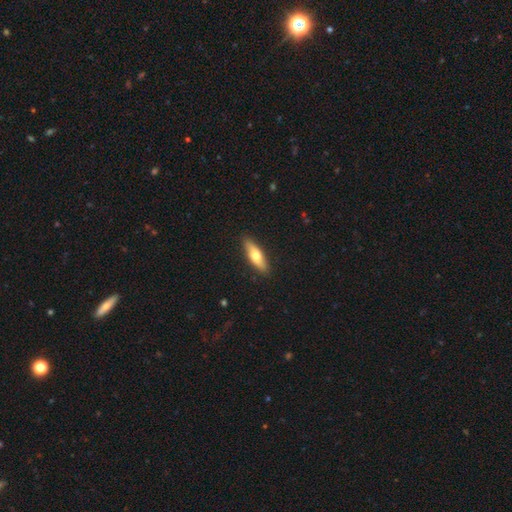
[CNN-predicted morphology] Smooth or featured?
  - smooth: 61% *
  - featured or disk: 34%
  - star or artifact: 5%
How rounded?
  - cigar-shaped: 53% *
  - in between: 45%
  - round: 2%
Merging?
  - none: 89% *
  - minor disturbance: 8%
  - major disturbance: 2%
  - merger: 1%